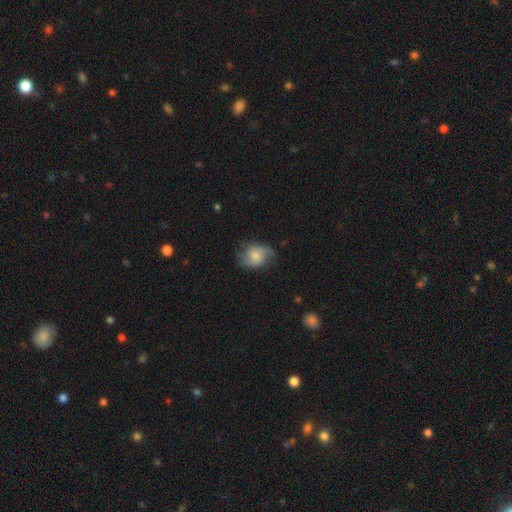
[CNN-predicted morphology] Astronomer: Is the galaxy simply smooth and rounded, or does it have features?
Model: featured or disk — 51% (runner-up: smooth, 41%).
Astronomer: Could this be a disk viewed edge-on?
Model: no — 96%.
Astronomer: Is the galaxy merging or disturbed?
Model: none — 63%.